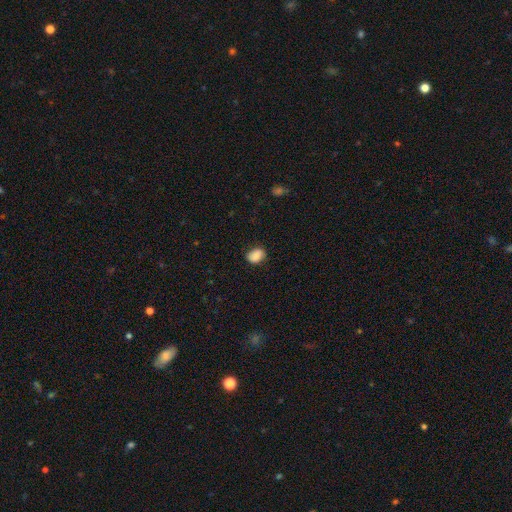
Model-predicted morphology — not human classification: smooth 85%, star or artifact 8%, featured or disk 6%. Down the decision tree: how rounded — in between (72%); merging — none (79%).